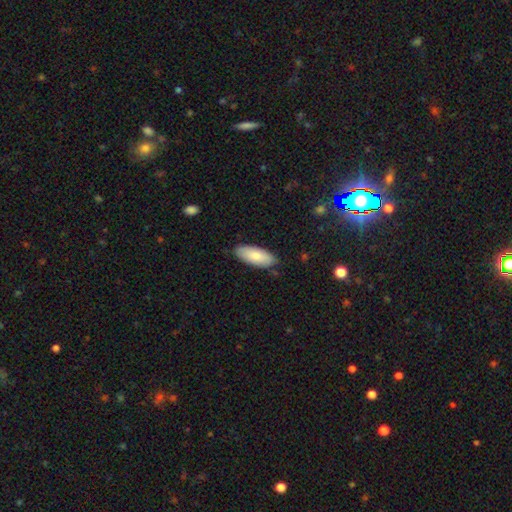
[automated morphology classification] Smooth or featured: smooth — 82% (featured or disk — 12%)
How rounded: in between — 82% (cigar-shaped — 16%)
Merging: none — 84% (minor disturbance — 12%)